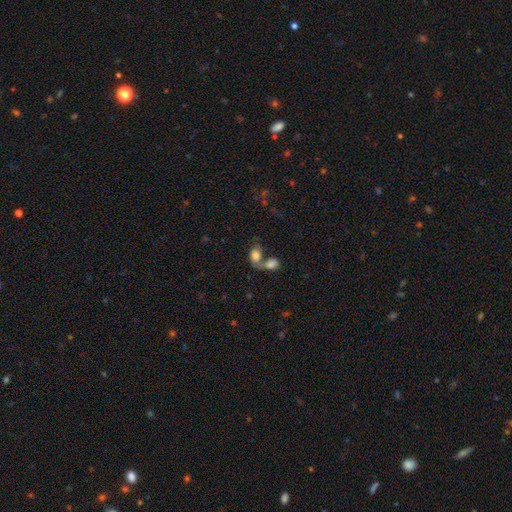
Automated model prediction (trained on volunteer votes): Smooth or featured? smooth (73%)
How rounded? in between (77%)
Merging? merger (69%)